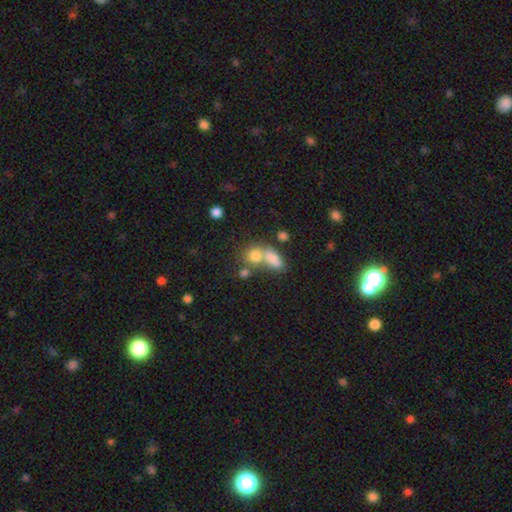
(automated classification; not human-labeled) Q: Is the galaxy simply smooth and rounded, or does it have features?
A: smooth — 77%.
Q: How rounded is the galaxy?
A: round — 57%.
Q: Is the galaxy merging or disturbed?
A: merger — 43%.